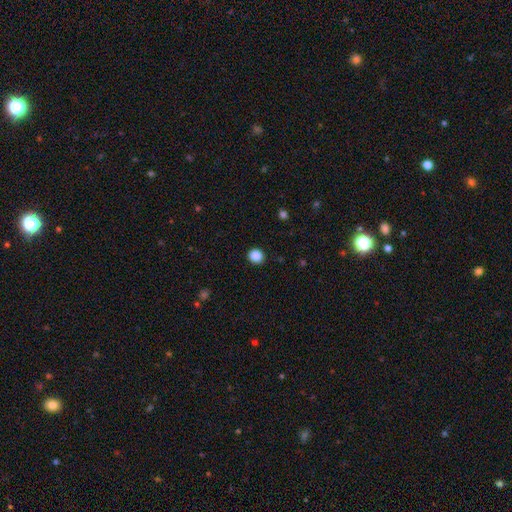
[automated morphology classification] Smooth or featured? Predicted: smooth (p=0.87). How rounded? Predicted: round (p=0.83). Merging? Predicted: none (p=0.91).